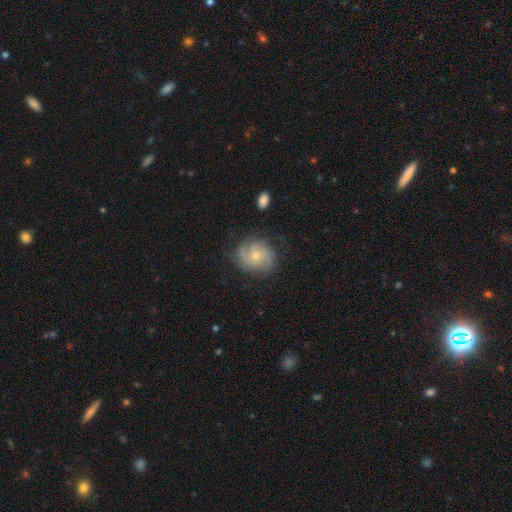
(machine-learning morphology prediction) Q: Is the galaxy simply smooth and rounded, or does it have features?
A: featured or disk — 72%.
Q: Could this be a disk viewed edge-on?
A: no — 98%.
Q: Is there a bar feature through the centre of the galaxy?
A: no — 78%.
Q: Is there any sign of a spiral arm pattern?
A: yes — 93%.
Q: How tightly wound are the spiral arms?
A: tight — 47%.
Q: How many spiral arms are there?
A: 3 — 28%.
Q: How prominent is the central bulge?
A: small — 68%.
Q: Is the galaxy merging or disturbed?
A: none — 70%.